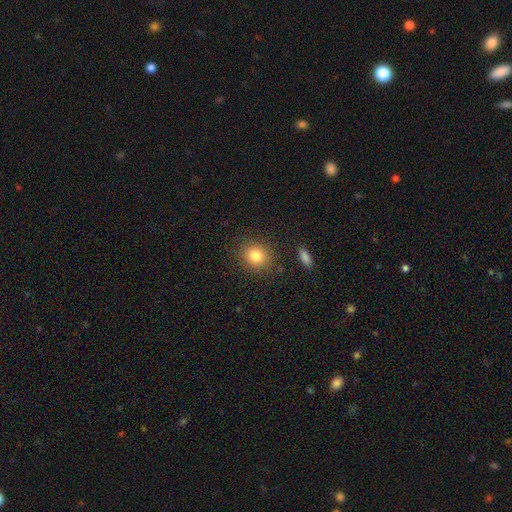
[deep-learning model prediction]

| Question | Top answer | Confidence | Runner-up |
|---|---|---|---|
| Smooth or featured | smooth | 81% | star or artifact (11%) |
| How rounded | round | 80% | in between (19%) |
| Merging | none | 86% | minor disturbance (9%) |